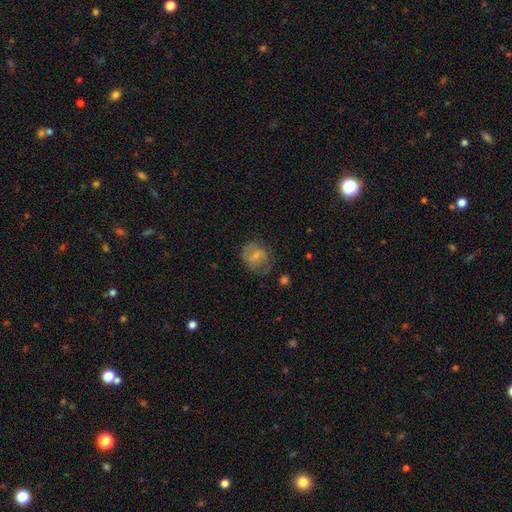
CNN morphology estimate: smooth 59%, featured or disk 32%, star or artifact 9%. Down the decision tree: how rounded — round (67%); merging — none (58%).